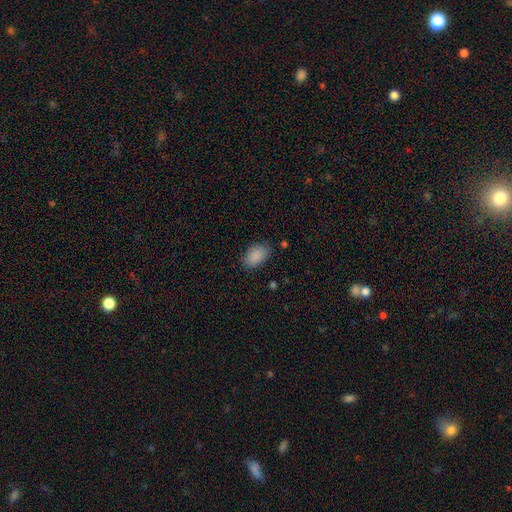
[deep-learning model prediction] The model was most divided on "merging": none: 83%, minor disturbance: 13%, major disturbance: 3%, merger: 1%. More confident: how rounded — in between (89%); smooth or featured — smooth (89%).